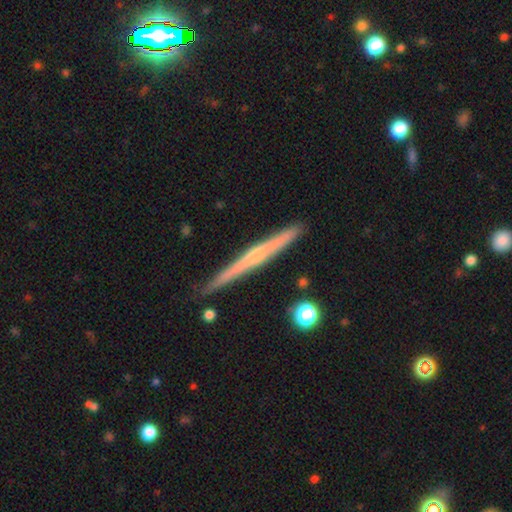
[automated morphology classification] smooth_or_featured: featured or disk (p=0.66) [alt: smooth p=0.28]
disk_edge_on: yes (p=0.98) [alt: no p=0.02]
edge_on_bulge: none (p=0.54) [alt: rounded p=0.40]
merging: none (p=0.88) [alt: minor disturbance p=0.09]